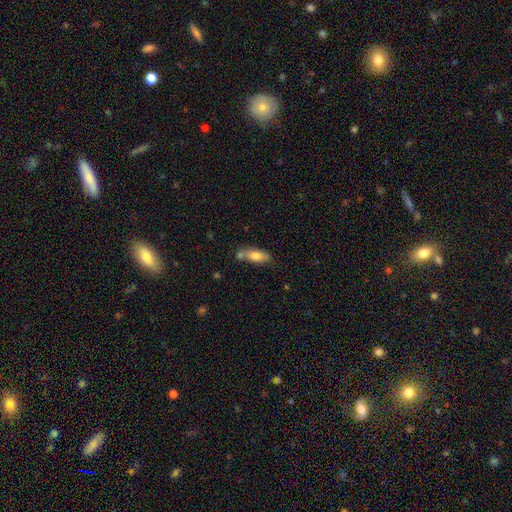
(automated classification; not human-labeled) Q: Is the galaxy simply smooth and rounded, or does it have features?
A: smooth — 77%.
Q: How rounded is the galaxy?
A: in between — 74%.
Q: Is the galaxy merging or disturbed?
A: none — 56%.